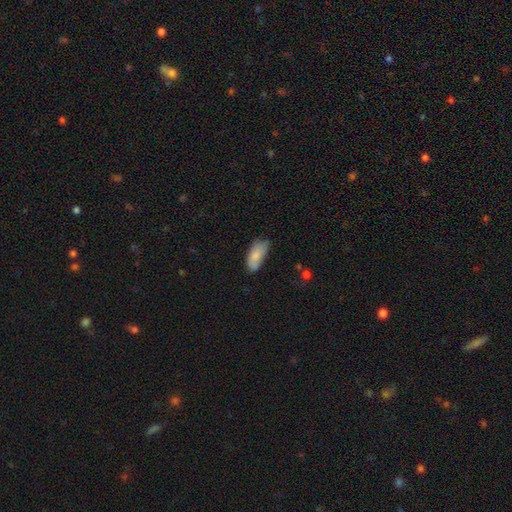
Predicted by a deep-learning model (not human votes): Q: Smooth or featured?
A: smooth (82%); runner-up: featured or disk (11%)
Q: How rounded?
A: in between (88%); runner-up: cigar-shaped (10%)
Q: Merging?
A: none (57%); runner-up: minor disturbance (32%)